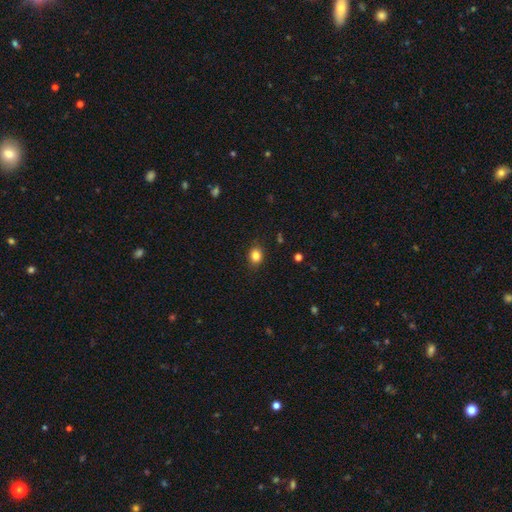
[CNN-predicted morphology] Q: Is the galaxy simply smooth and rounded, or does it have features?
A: smooth — 84%.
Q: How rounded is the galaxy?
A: round — 55%.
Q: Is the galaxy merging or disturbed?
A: none — 87%.